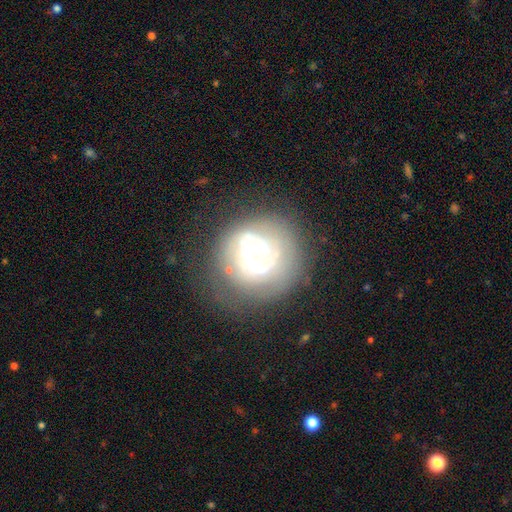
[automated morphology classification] The model was most divided on "bulge size": moderate: 58%, small: 32%, large: 8%, dominant: 2%, none: 1%. More confident: edge-on disk — no (97%); bar — no (79%); smooth or featured — featured or disk (71%); spiral arms — yes (69%); merging — none (67%).